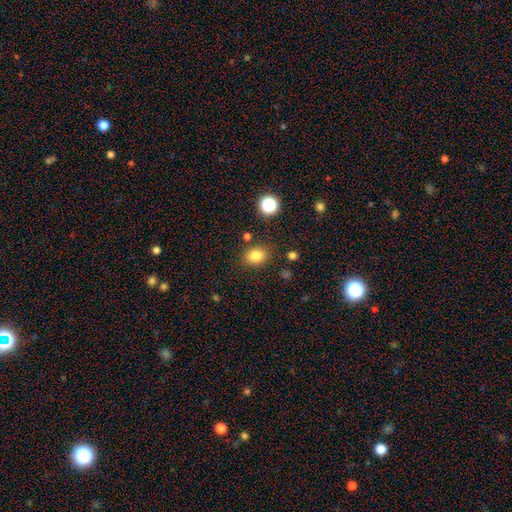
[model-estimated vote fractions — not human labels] A smooth galaxy with no disk features (81%) that is in between round and cigar-shaped (54%). Merging: none (82%).